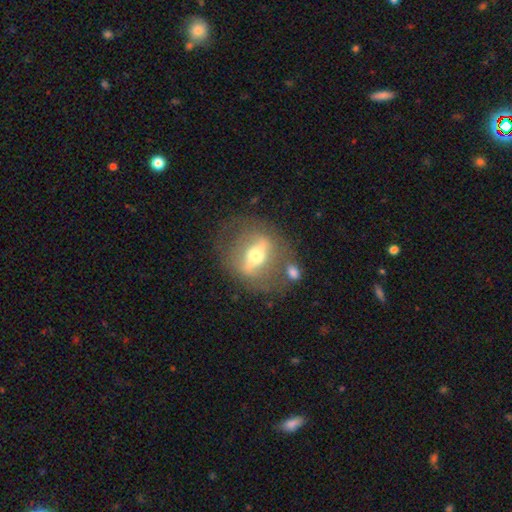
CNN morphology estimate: smooth_or_featured: featured or disk (p=0.71) [alt: smooth p=0.22]
disk_edge_on: no (p=0.71) [alt: yes p=0.29]
bar: strong (p=0.68) [alt: weak p=0.20]
has_spiral_arms: no (p=0.75) [alt: yes p=0.25]
bulge_size: moderate (p=0.70) [alt: large p=0.14]
merging: none (p=0.62) [alt: minor disturbance p=0.15]